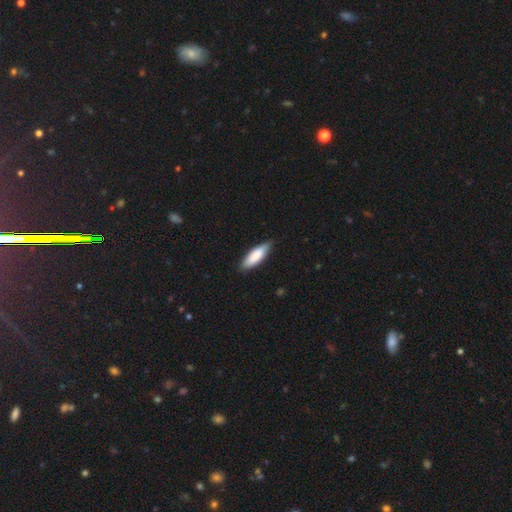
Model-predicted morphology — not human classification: The model was most divided on "how rounded": in between: 54%, cigar-shaped: 44%, round: 2%. More confident: merging — none (83%); smooth or featured — smooth (82%).